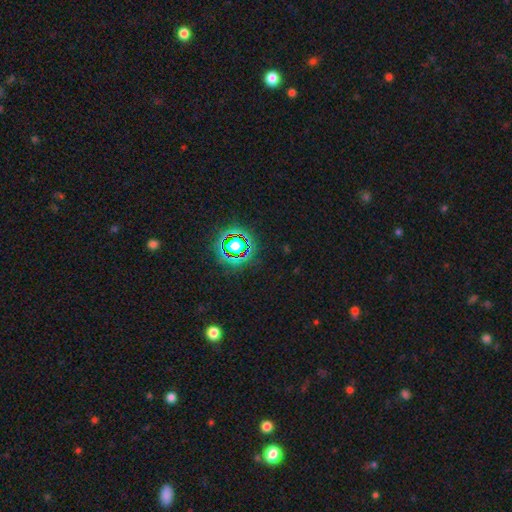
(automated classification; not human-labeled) smooth-or-featured: star or artifact: 80% | smooth: 12% | featured or disk: 8%